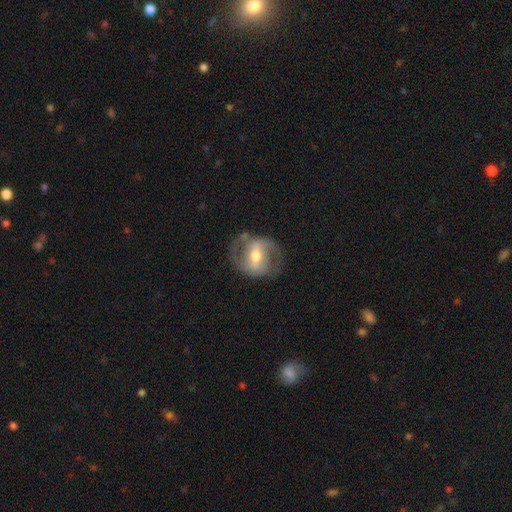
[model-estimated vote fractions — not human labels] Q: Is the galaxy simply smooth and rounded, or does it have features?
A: featured or disk — 76%.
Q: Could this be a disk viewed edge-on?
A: no — 95%.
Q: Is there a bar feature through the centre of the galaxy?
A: strong — 46%.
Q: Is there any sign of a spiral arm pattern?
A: yes — 74%.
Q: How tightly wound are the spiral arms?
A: medium — 50%.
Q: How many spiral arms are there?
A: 2 — 83%.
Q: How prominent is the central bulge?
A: moderate — 69%.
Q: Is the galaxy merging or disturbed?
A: none — 70%.